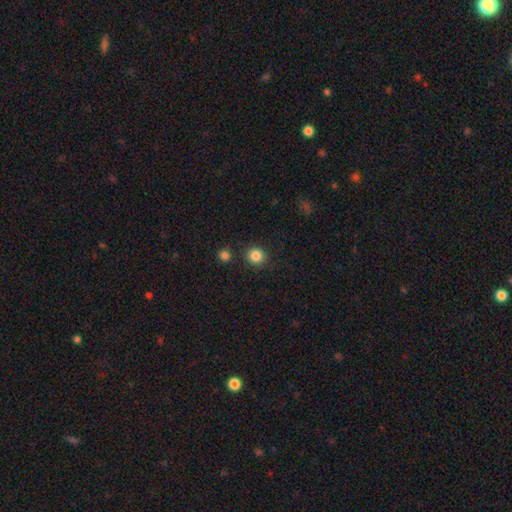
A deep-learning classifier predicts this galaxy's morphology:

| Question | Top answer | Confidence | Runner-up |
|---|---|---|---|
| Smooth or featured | smooth | 85% | star or artifact (11%) |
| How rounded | round | 89% | in between (10%) |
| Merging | none | 87% | minor disturbance (7%) |